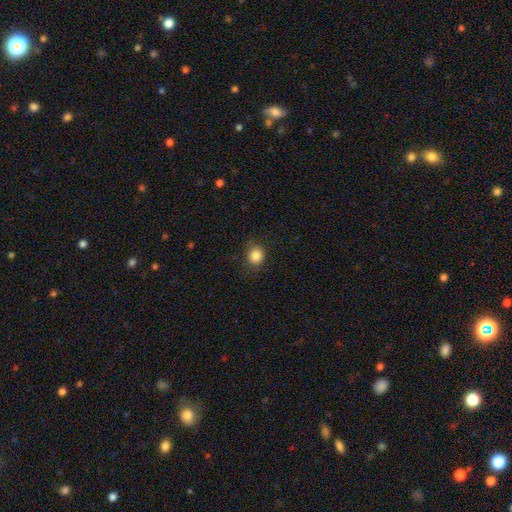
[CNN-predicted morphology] This appears to be a smooth galaxy with no disk features (85%) that is round (80%). Merging: none (83%).